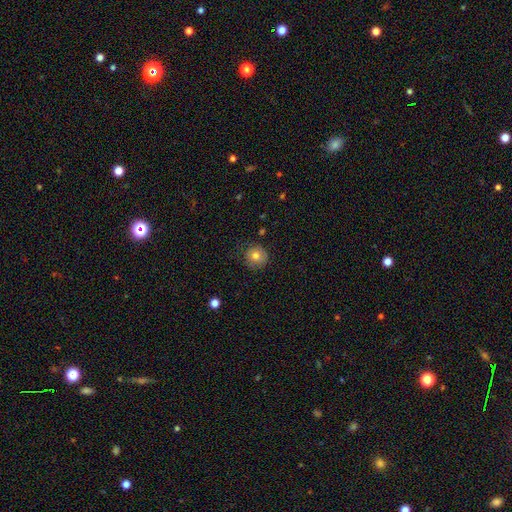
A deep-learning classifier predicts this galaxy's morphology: This is likely a smooth galaxy (77%). How rounded: clearly round (93%). Merging: clearly none (81%).